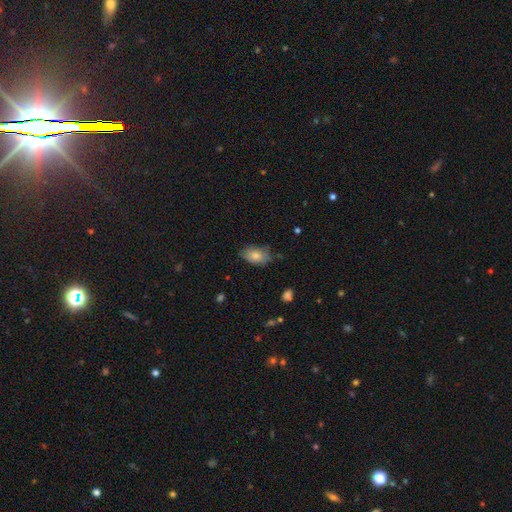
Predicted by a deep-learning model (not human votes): This is likely a smooth galaxy (80%). How rounded: clearly in between (91%). Merging: likely none (71%).